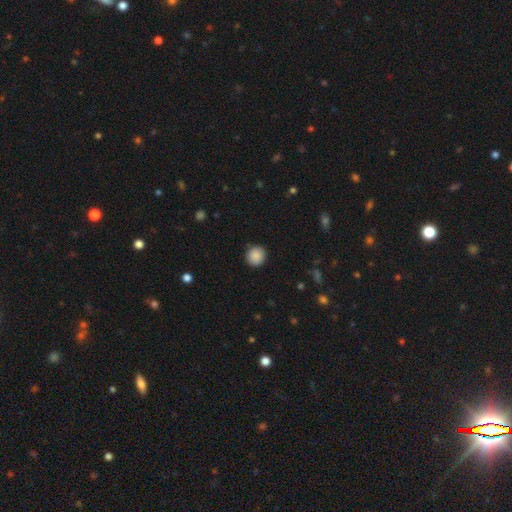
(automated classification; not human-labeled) This is clearly a smooth galaxy (89%). How rounded: clearly round (91%). Merging: clearly none (89%).